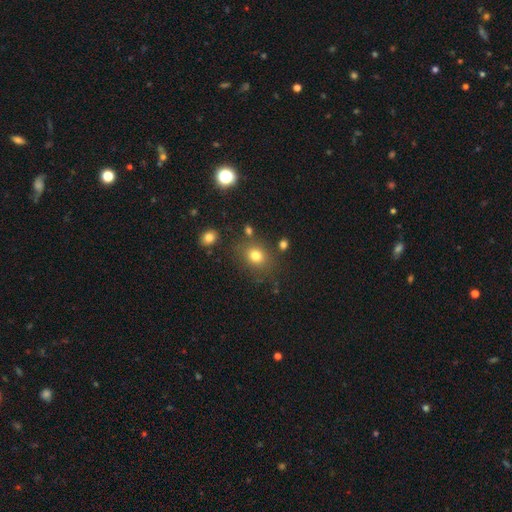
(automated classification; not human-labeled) Smooth or featured: smooth — 77% (star or artifact — 15%)
How rounded: round — 63% (in between — 36%)
Merging: none — 77% (minor disturbance — 12%)